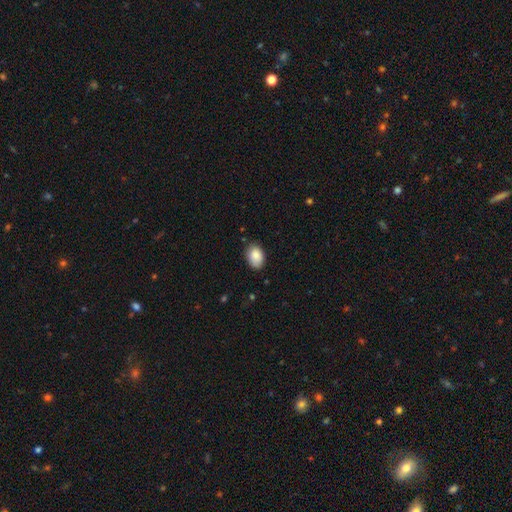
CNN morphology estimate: smooth 86%, star or artifact 7%, featured or disk 7%. Down the decision tree: how rounded — in between (88%); merging — none (80%).